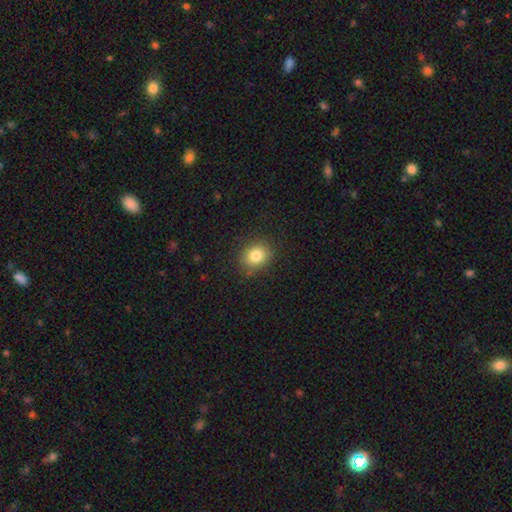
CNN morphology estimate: Q: Smooth or featured?
A: smooth (82%); runner-up: star or artifact (11%)
Q: How rounded?
A: round (58%); runner-up: in between (41%)
Q: Merging?
A: none (85%); runner-up: minor disturbance (11%)